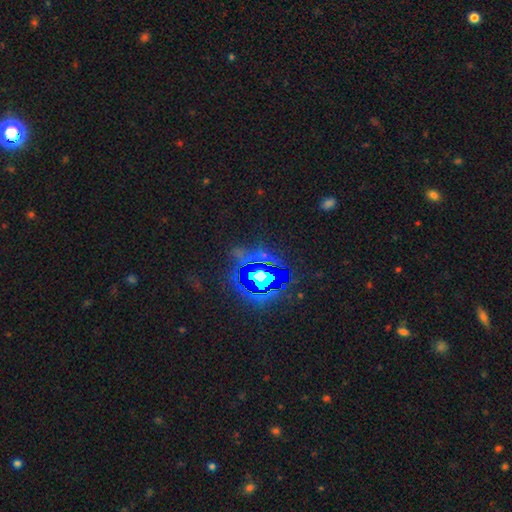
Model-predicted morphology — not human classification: Smooth or featured: star or artifact — 81% (smooth — 10%)